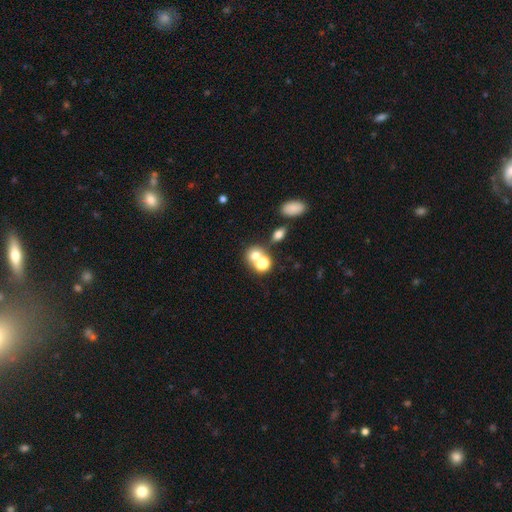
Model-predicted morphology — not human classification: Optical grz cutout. It shows a smooth galaxy with no disk features (67%) that is round (69%). Merging: none (46%).